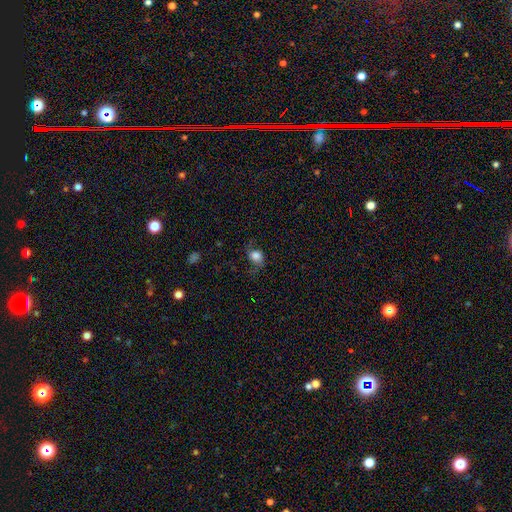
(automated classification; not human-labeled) This appears to be a smooth galaxy with no disk features (68%) that is round (59%). Merging: none (59%).